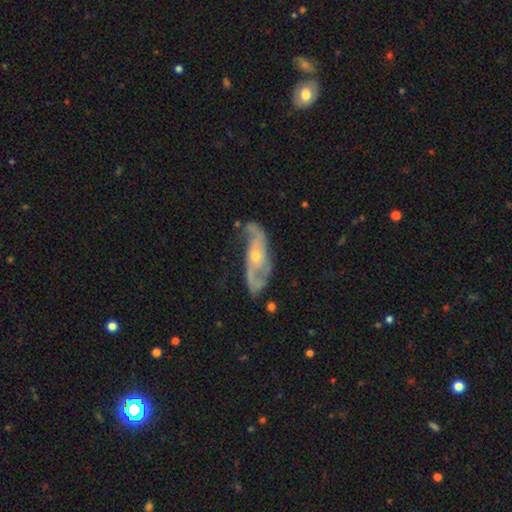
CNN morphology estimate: This appears to be a featured or disk galaxy (83%) with no bar (63%), 2 (84%) loose (40%) spiral arms (91%) and a small central bulge (54%). Merging: none (64%).